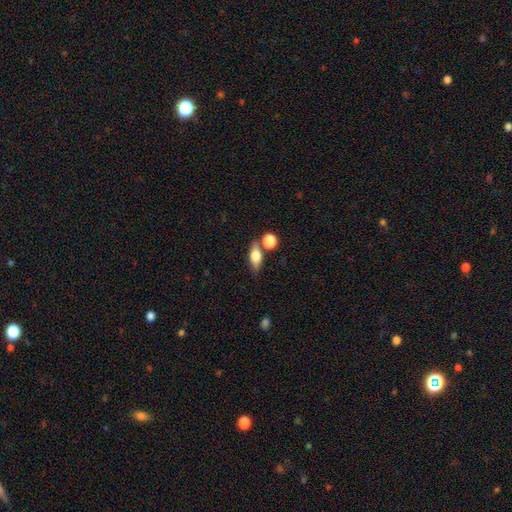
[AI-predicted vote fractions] Smooth or featured? Predicted: smooth (p=0.63). How rounded? Predicted: in between (p=0.69). Merging? Predicted: none (p=0.66).